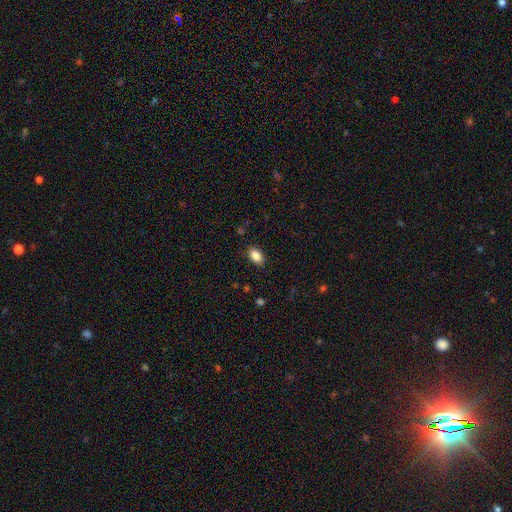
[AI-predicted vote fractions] A smooth galaxy with no disk features (87%) that is in between round and cigar-shaped (90%).

Vote fractions:
- Smooth or featured? smooth: 87% / star or artifact: 8% / featured or disk: 5%
- How rounded? in between: 90% / round: 8% / cigar-shaped: 2%
- Merging? none: 88% / minor disturbance: 9% / major disturbance: 2% / merger: 1%